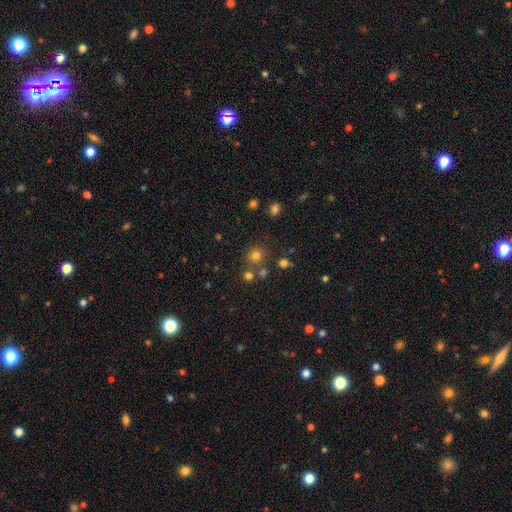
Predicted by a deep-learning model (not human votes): This appears to be a smooth galaxy with no disk features (74%) that is round (90%). Merging: none (75%).